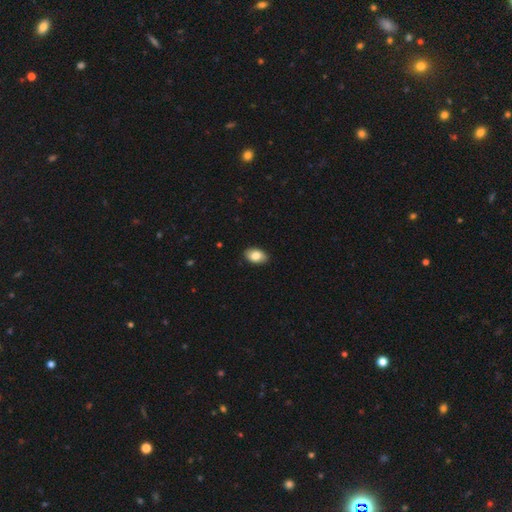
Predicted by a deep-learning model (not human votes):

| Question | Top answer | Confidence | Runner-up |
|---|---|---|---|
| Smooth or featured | smooth | 84% | featured or disk (9%) |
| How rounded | in between | 90% | round (9%) |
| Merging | none | 88% | minor disturbance (9%) |